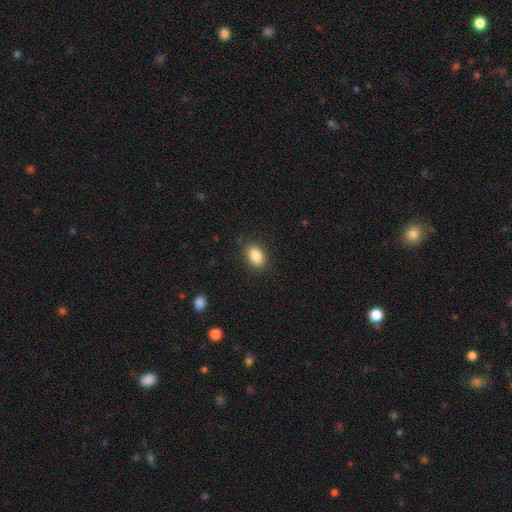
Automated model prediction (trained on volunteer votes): The model was most divided on "how rounded": in between: 83%, round: 16%, cigar-shaped: 1%. More confident: smooth or featured — smooth (87%); merging — none (87%).